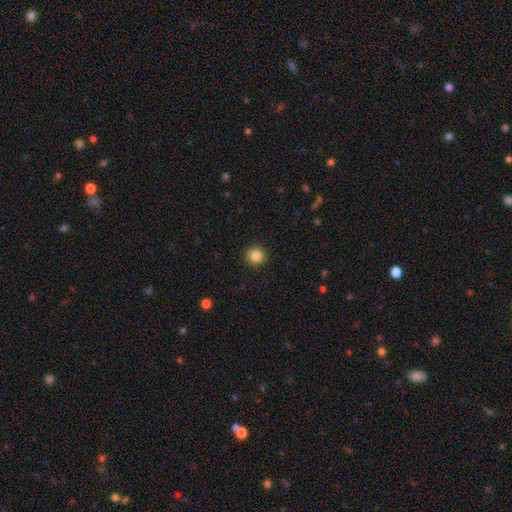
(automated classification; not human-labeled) A smooth galaxy with no disk features (85%) that is round (93%). Merging: none (92%).